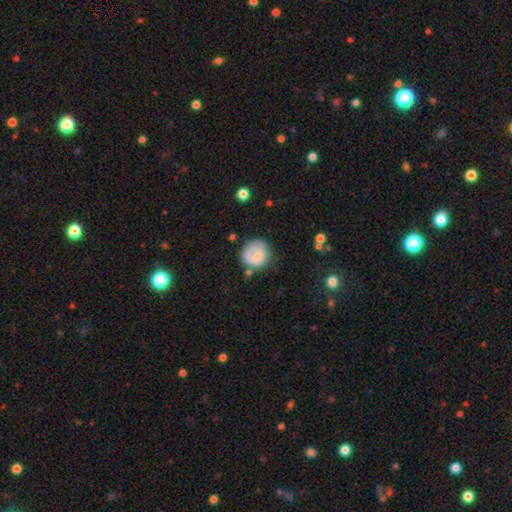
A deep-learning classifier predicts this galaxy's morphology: Smooth or featured? Predicted: smooth (p=0.65). How rounded? Predicted: round (p=0.88). Merging? Predicted: none (p=0.61).